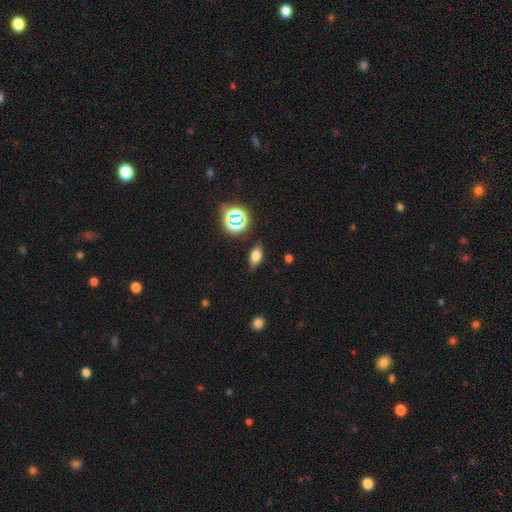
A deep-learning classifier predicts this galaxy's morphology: smooth_or_featured: smooth (p=0.71) [alt: star or artifact p=0.17]
how_rounded: in between (p=0.82) [alt: round p=0.09]
merging: none (p=0.85) [alt: minor disturbance p=0.10]